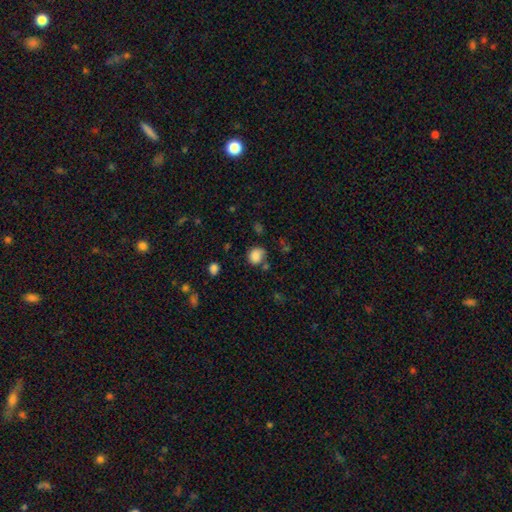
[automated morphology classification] Smooth or featured?
  - smooth: 84% *
  - star or artifact: 10%
  - featured or disk: 5%
How rounded?
  - round: 66% *
  - in between: 33%
  - cigar-shaped: 1%
Merging?
  - none: 62% *
  - minor disturbance: 23%
  - major disturbance: 8%
  - merger: 8%